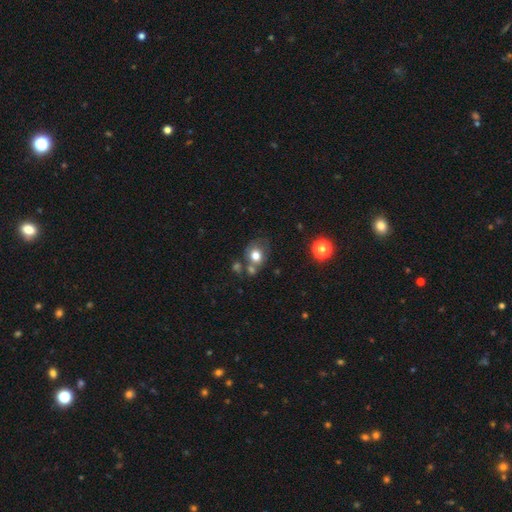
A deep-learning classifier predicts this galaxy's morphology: The model was most divided on "merging": none: 51%, merger: 22%, minor disturbance: 18%, major disturbance: 9%. More confident: smooth or featured — smooth (74%); how rounded — round (66%).